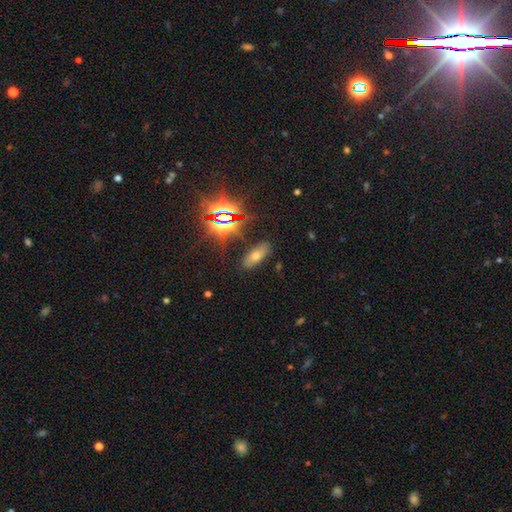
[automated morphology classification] This appears to be a star or artifact, not a galaxy (43%).